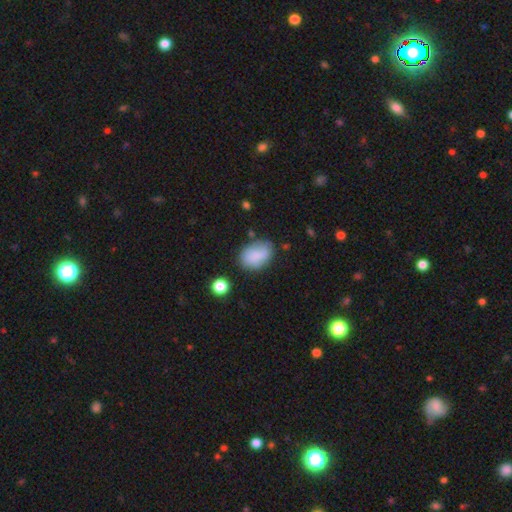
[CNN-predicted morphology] smooth 73%, featured or disk 18%, star or artifact 8%. Down the decision tree: how rounded — in between (80%); merging — none (64%).